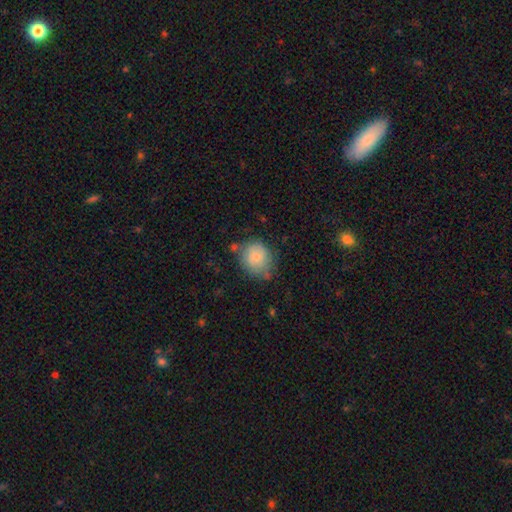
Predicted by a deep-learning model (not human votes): Smooth or featured: smooth — 82% (featured or disk — 11%)
How rounded: round — 77% (in between — 22%)
Merging: none — 62% (minor disturbance — 25%)